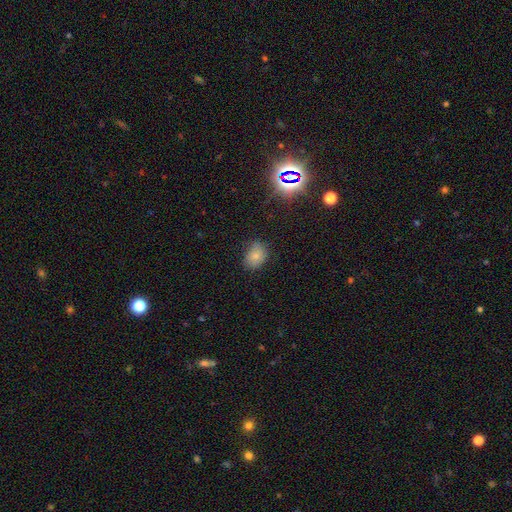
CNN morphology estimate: smooth_or_featured: smooth (p=0.77) [alt: star or artifact p=0.14]
how_rounded: in between (p=0.67) [alt: round p=0.32]
merging: none (p=0.67) [alt: minor disturbance p=0.26]